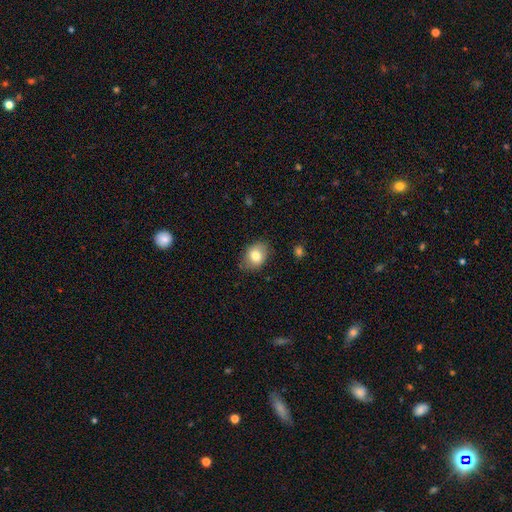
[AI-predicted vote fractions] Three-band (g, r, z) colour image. It shows a smooth galaxy with no disk features (80%) that is in between round and cigar-shaped (63%). Merging: none (81%).